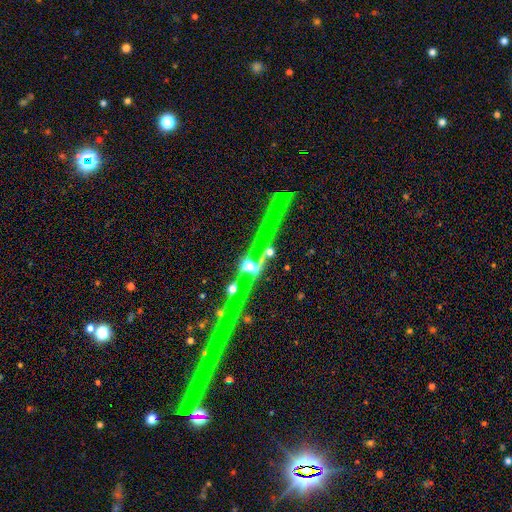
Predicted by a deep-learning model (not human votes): smooth-or-featured: star or artifact: 51% | featured or disk: 38% | smooth: 11%